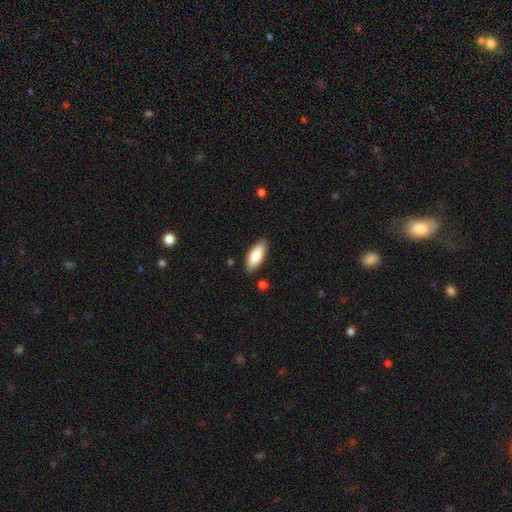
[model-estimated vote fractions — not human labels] Smooth or featured: smooth — 81% (featured or disk — 13%)
How rounded: in between — 77% (cigar-shaped — 21%)
Merging: none — 86% (minor disturbance — 10%)